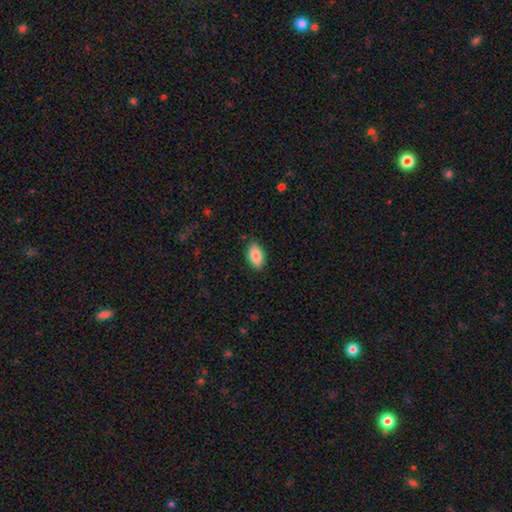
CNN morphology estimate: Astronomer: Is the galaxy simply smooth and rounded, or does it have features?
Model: smooth — 87%.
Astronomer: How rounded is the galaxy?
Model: in between — 93%.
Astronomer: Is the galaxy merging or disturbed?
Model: none — 84%.